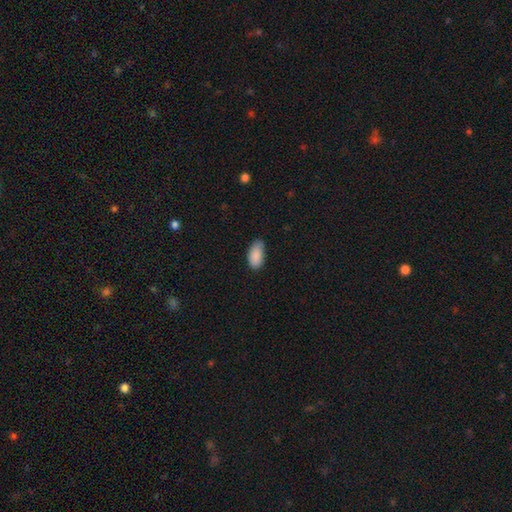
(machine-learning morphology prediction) Overall: smooth (89%). How rounded: in between (94%). Merging: none (73%).